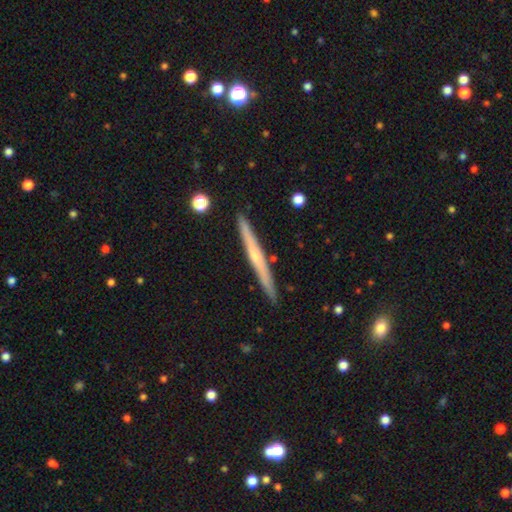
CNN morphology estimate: smooth_or_featured: featured or disk (p=0.67) [alt: smooth p=0.27]
disk_edge_on: yes (p=0.98) [alt: no p=0.02]
edge_on_bulge: rounded (p=0.55) [alt: none p=0.41]
merging: none (p=0.92) [alt: minor disturbance p=0.06]